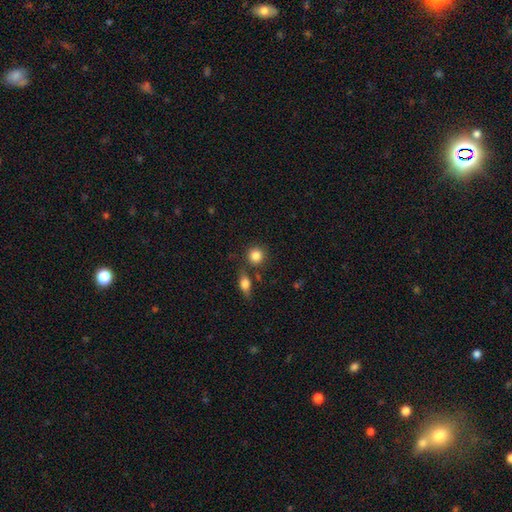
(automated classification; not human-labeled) Morphology: type=smooth (84%); roundness=round (88%); merging=none (76%).